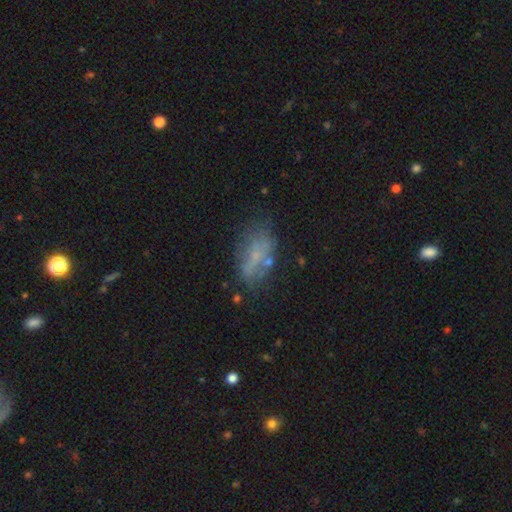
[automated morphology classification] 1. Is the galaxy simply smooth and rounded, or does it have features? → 46% smooth, 39% featured or disk, 15% star or artifact.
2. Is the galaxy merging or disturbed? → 53% none, 23% minor disturbance, 15% major disturbance, 9% merger.